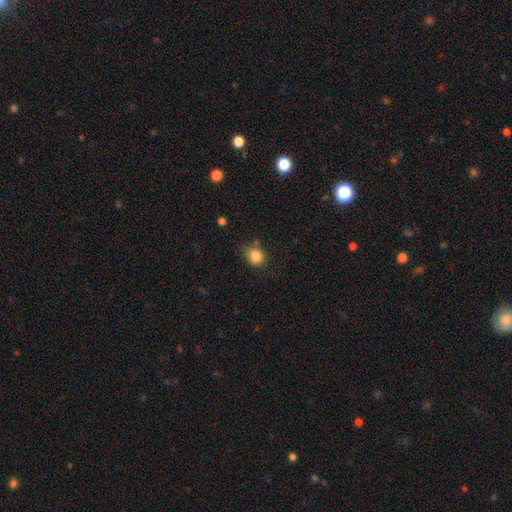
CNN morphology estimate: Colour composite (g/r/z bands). It shows a smooth galaxy with no disk features (84%) that is round (65%). Merging: none (66%).